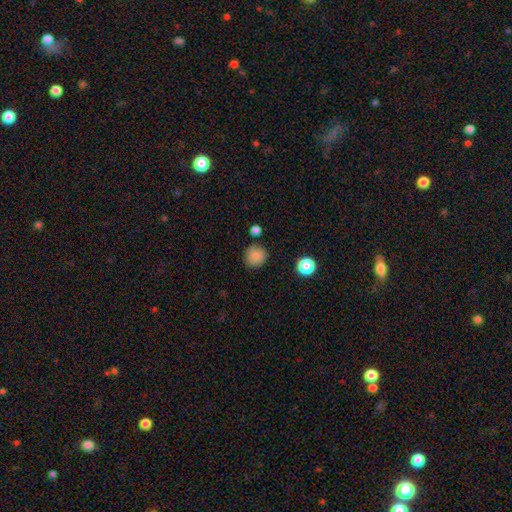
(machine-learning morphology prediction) The model was most divided on "merging": none: 84%, minor disturbance: 10%, merger: 4%, major disturbance: 2%. More confident: how rounded — round (91%); smooth or featured — smooth (85%).